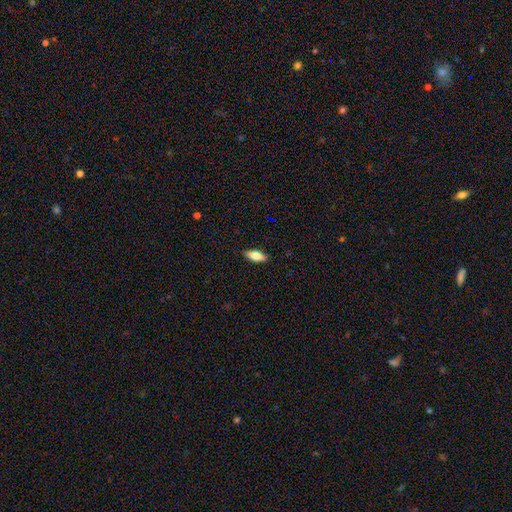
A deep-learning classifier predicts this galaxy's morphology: Smooth or featured: smooth — 72% (featured or disk — 22%)
How rounded: in between — 73% (cigar-shaped — 24%)
Merging: none — 89% (minor disturbance — 8%)